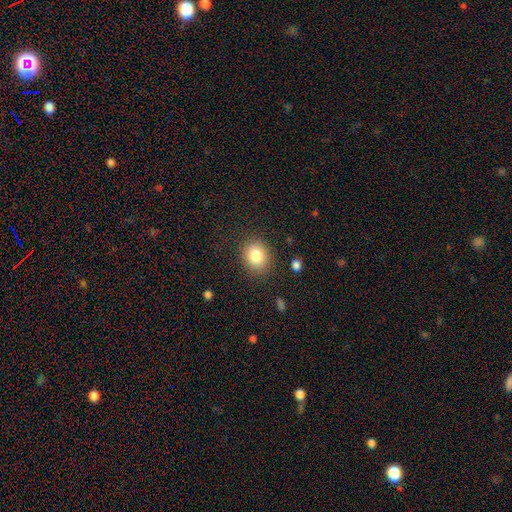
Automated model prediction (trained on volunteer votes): A smooth galaxy with no disk features (83%) that is round (63%). Merging: none (86%).